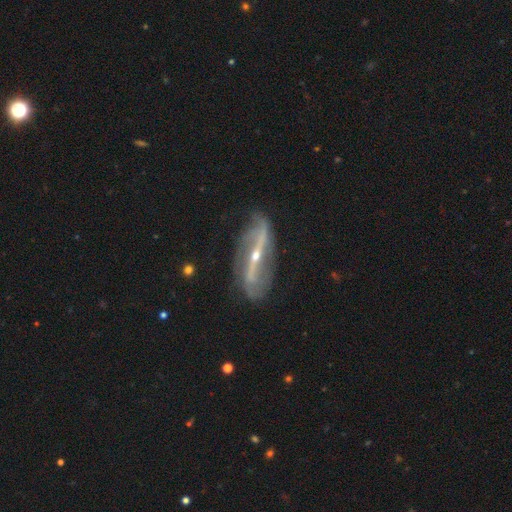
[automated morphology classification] smooth-or-featured: featured or disk: 88% | smooth: 7% | star or artifact: 5%
  disk-edge-on: no: 78% | yes: 22%
    bar: strong: 72% | weak: 16% | no: 12%
    has-spiral-arms: yes: 89% | no: 11%
      spiral-winding: loose: 66% | medium: 22% | tight: 12%
      spiral-arm-count: 2: 87% | can't tell: 6% | 1: 3% | 3: 2% | 4: 1% | more than 4: 1%
    bulge-size: small: 63% | moderate: 34% | large: 1% | none: 1% | dominant: 1%
  merging: none: 68% | minor disturbance: 20% | major disturbance: 10% | merger: 2%